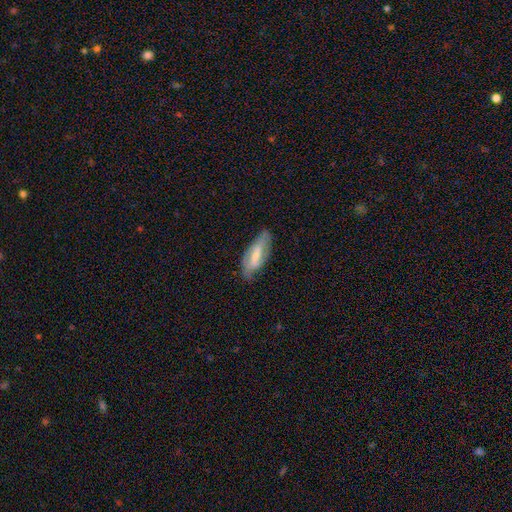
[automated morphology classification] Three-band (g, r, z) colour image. It shows a featured or disk galaxy (58%). Merging: none (67%).